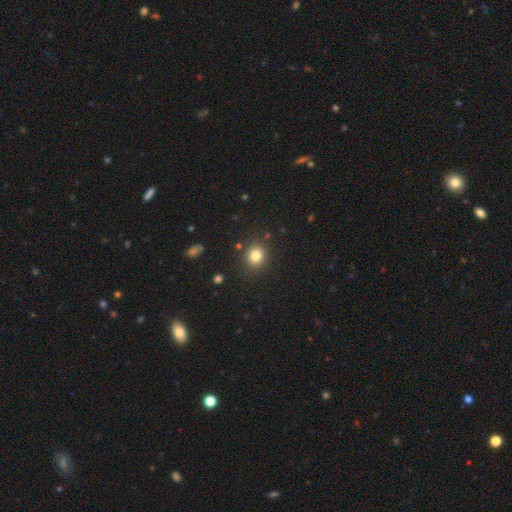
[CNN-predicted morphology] Overall: smooth (81%). How rounded: round (74%). Merging: none (86%).